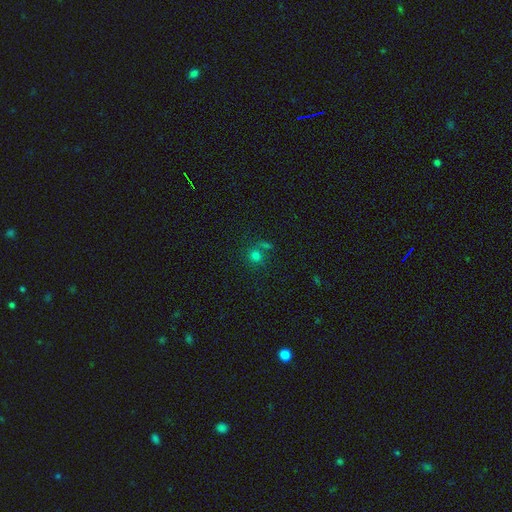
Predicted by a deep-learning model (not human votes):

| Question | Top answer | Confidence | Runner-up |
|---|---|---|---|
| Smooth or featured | smooth | 71% | star or artifact (21%) |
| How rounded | round | 88% | in between (11%) |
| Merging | none | 64% | merger (21%) |